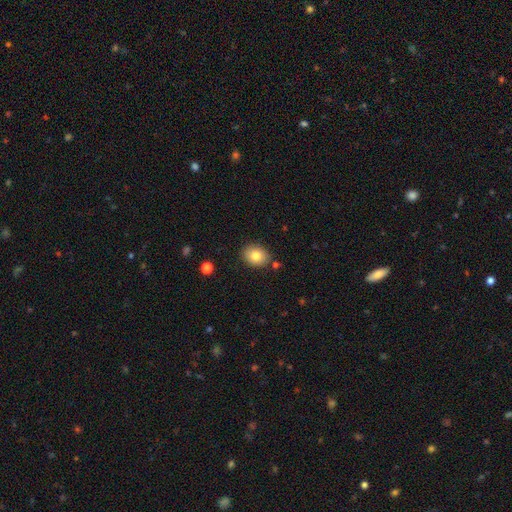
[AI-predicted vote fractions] Smooth or featured?
  - smooth: 82% *
  - featured or disk: 9%
  - star or artifact: 9%
How rounded?
  - in between: 56% *
  - round: 43%
  - cigar-shaped: 1%
Merging?
  - none: 84% *
  - minor disturbance: 10%
  - merger: 3%
  - major disturbance: 2%